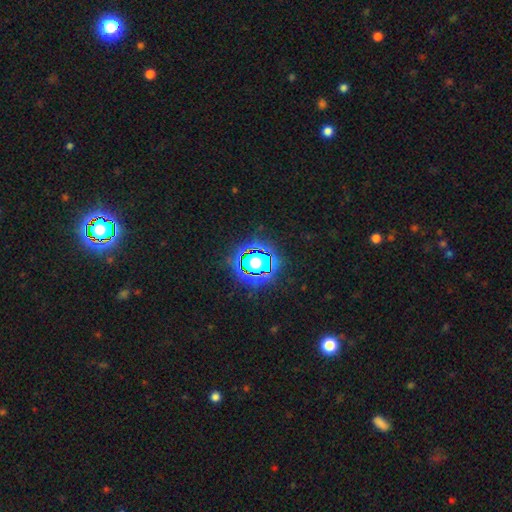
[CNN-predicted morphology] The model was most divided on "smooth or featured": star or artifact: 79%, smooth: 13%, featured or disk: 8%.